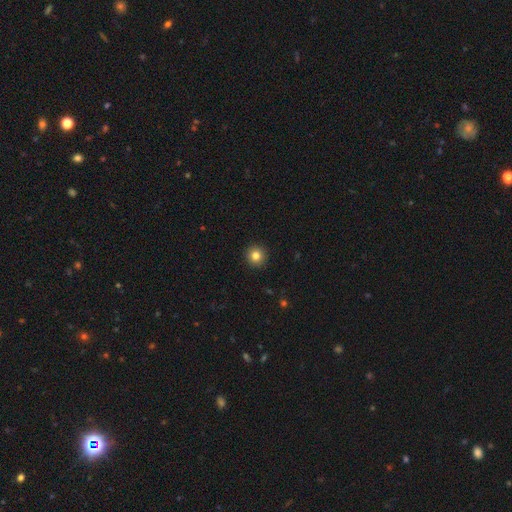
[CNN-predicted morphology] This is clearly a smooth galaxy (82%). How rounded: clearly round (96%). Merging: clearly none (93%).